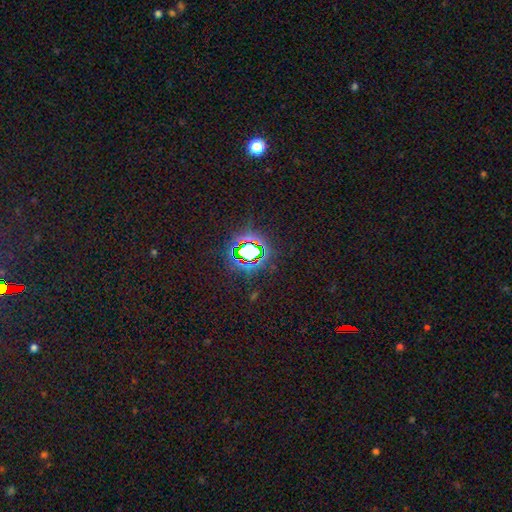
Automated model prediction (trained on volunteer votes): Smooth or featured? star or artifact (82%)